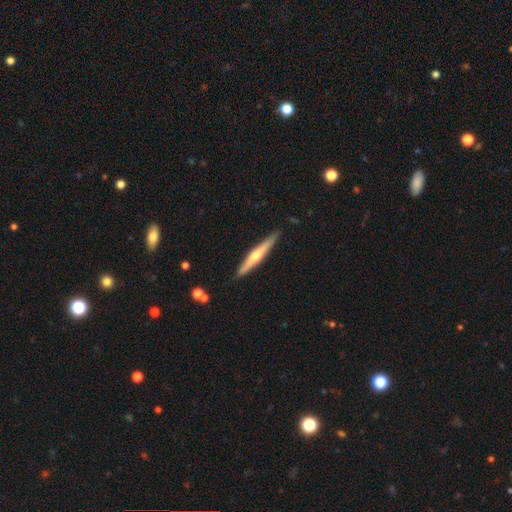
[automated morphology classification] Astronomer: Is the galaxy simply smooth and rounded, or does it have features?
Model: featured or disk — 61%.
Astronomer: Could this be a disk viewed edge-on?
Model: yes — 96%.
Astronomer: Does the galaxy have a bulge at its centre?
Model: rounded — 86%.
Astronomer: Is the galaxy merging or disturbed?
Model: none — 88%.